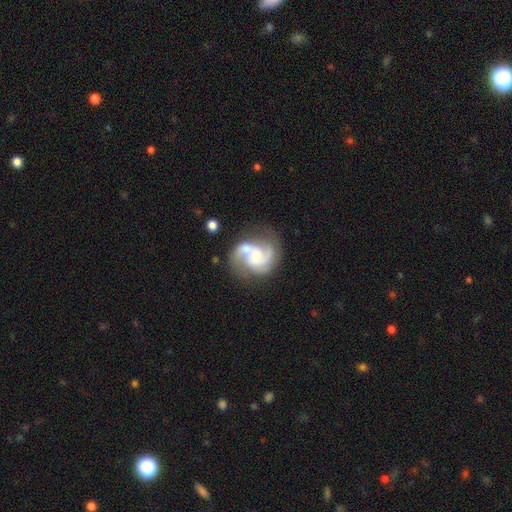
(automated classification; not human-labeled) smooth-or-featured: featured or disk: 81% | smooth: 13% | star or artifact: 6%
  disk-edge-on: no: 98% | yes: 2%
    bar: no: 55% | weak: 36% | strong: 8%
    has-spiral-arms: yes: 95% | no: 5%
      spiral-winding: medium: 55% | loose: 25% | tight: 20%
      spiral-arm-count: 2: 79% | 3: 9% | can't tell: 6% | 1: 3% | 4: 2% | more than 4: 2%
    bulge-size: small: 46% | moderate: 39% | none: 7% | large: 6% | dominant: 2%
  merging: none: 50% | merger: 22% | minor disturbance: 17% | major disturbance: 11%